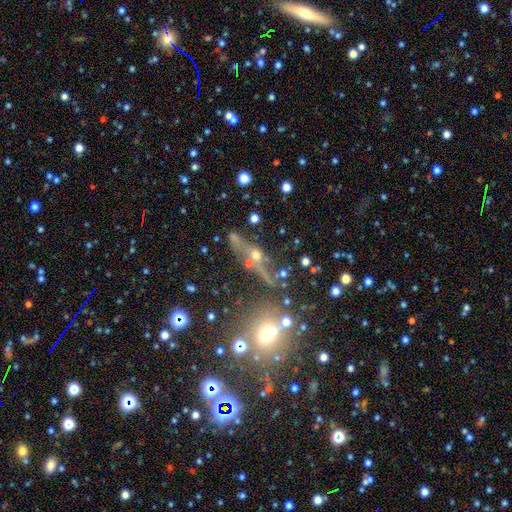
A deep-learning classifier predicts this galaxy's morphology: Smooth or featured: featured or disk — 50% (smooth — 28%)
Edge-on disk: yes — 62% (no — 38%)
Merging: none — 51% (merger — 21%)